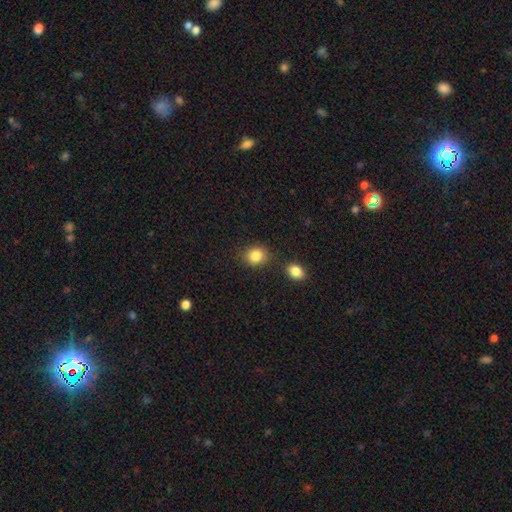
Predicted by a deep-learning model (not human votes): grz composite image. It shows a smooth galaxy with no disk features (86%) that is round (69%). Merging: none (78%).